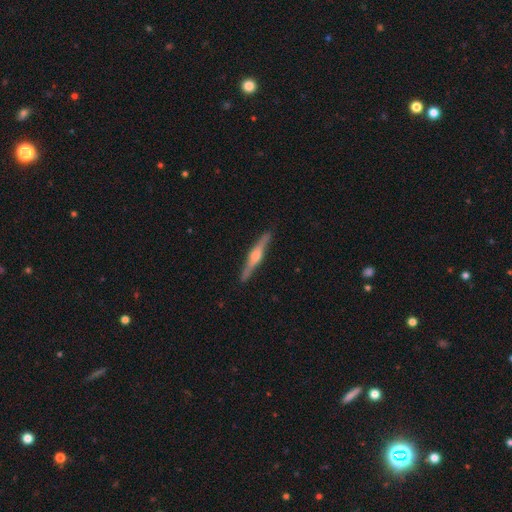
Smooth or featured? 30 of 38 (79%) said featured or disk. Edge-on disk? 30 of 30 (100%) said yes. Edge-on bulge? 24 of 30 (80%) said rounded. Merging? 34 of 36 (94%) said none.